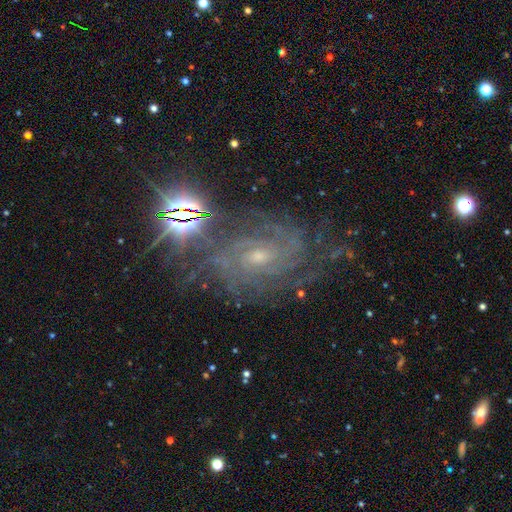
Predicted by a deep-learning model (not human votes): Smooth or featured: featured or disk — 69% (star or artifact — 21%)
Edge-on disk: no — 95% (yes — 5%)
Bar: no — 57% (weak — 34%)
Spiral arms: yes — 92% (no — 8%)
Spiral winding: tight — 64% (medium — 28%)
Spiral arm count: can't tell — 43% (2 — 23%)
Bulge size: small — 71% (moderate — 25%)
Merging: none — 64% (minor disturbance — 17%)